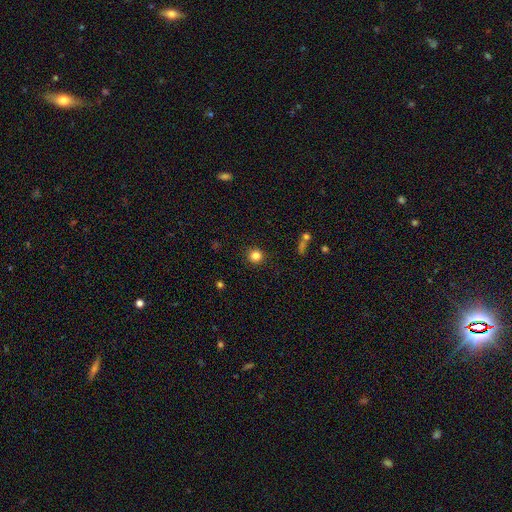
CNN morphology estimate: Smooth or featured: smooth — 82% (star or artifact — 12%)
How rounded: round — 93% (in between — 6%)
Merging: none — 91% (minor disturbance — 6%)